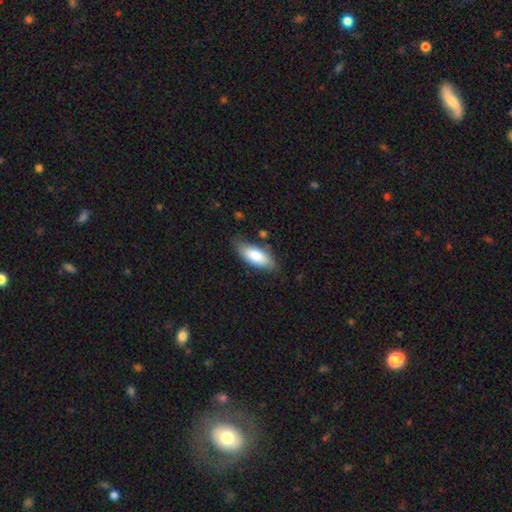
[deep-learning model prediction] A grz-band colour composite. It shows a smooth galaxy with no disk features (81%) that is in between round and cigar-shaped (79%). Merging: none (74%).